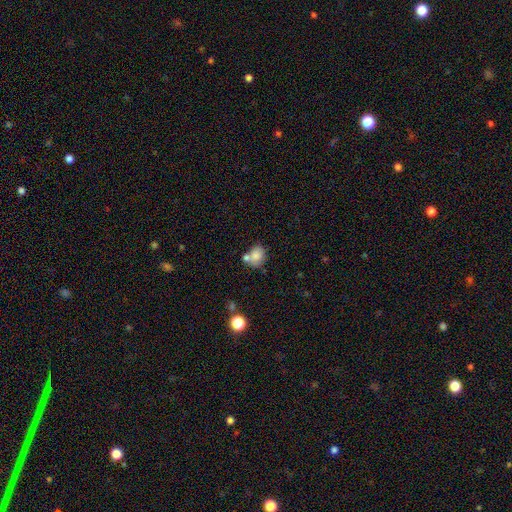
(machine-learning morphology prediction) smooth 79%, featured or disk 11%, star or artifact 9%. Down the decision tree: how rounded — round (60%); merging — none (48%).